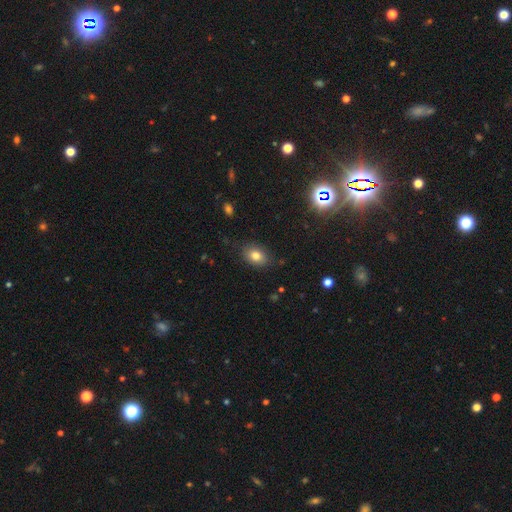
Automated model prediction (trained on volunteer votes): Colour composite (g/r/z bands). It shows a smooth galaxy with no disk features (80%) that is in between round and cigar-shaped (75%). Merging: none (82%).